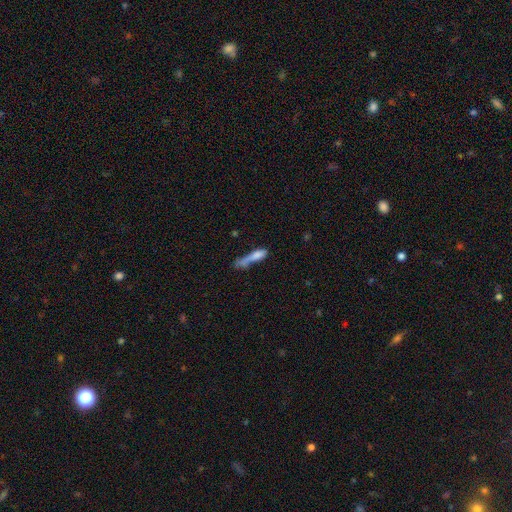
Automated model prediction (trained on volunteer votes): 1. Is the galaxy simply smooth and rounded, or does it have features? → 69% smooth, 22% featured or disk, 9% star or artifact.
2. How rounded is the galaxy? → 77% cigar-shaped, 21% in between, 3% round.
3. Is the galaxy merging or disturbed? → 29% none, 25% major disturbance, 24% merger, 22% minor disturbance.